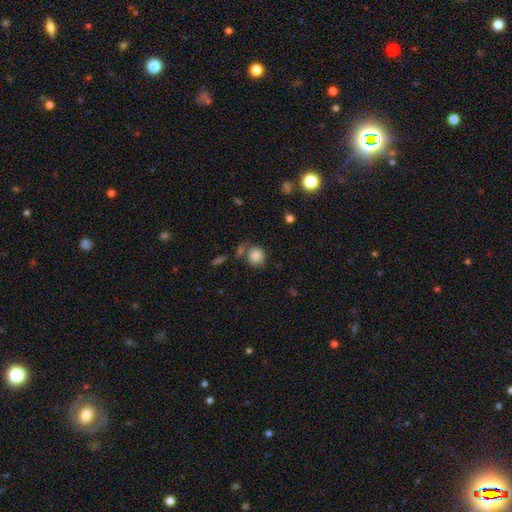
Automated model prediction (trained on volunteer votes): Smooth or featured: smooth — 85% (star or artifact — 9%)
How rounded: round — 83% (in between — 16%)
Merging: none — 65% (merger — 15%)